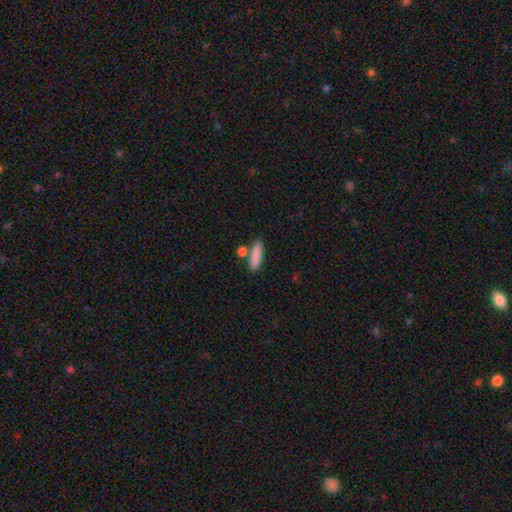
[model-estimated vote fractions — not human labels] A smooth galaxy with no disk features (86%) that is cigar-shaped (55%).

Vote fractions:
- Smooth or featured? smooth: 86% / featured or disk: 7% / star or artifact: 7%
- How rounded? cigar-shaped: 55% / in between: 41% / round: 4%
- Merging? none: 70% / merger: 15% / minor disturbance: 11% / major disturbance: 4%